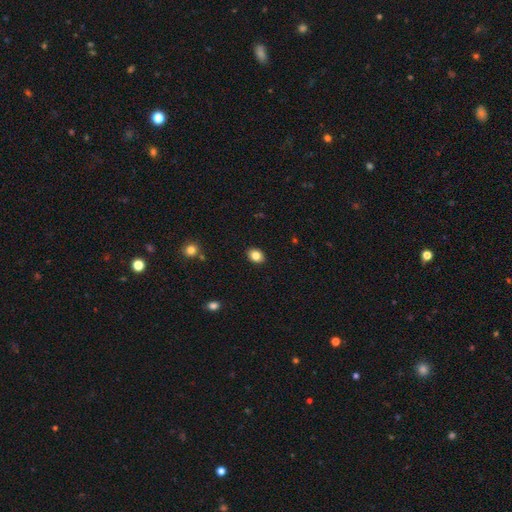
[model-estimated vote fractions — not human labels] Smooth or featured? Predicted: smooth (p=0.84). How rounded? Predicted: in between (p=0.60). Merging? Predicted: none (p=0.90).